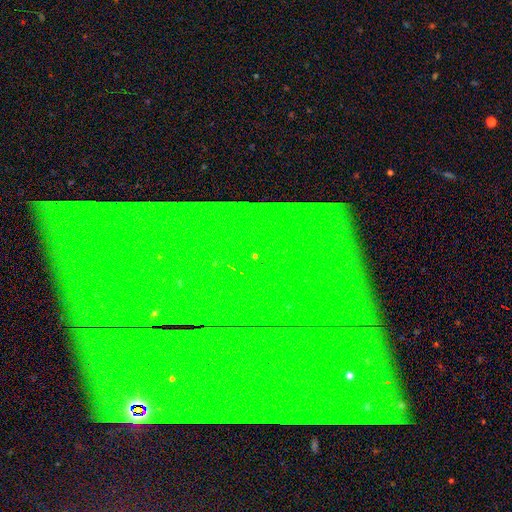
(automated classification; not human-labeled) Q: Smooth or featured?
A: star or artifact (85%); runner-up: featured or disk (8%)